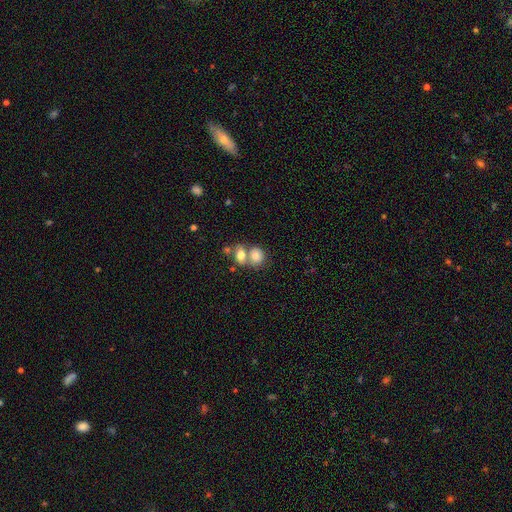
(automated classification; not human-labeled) Smooth or featured: smooth — 78% (featured or disk — 13%)
How rounded: round — 57% (in between — 42%)
Merging: merger — 58% (none — 31%)